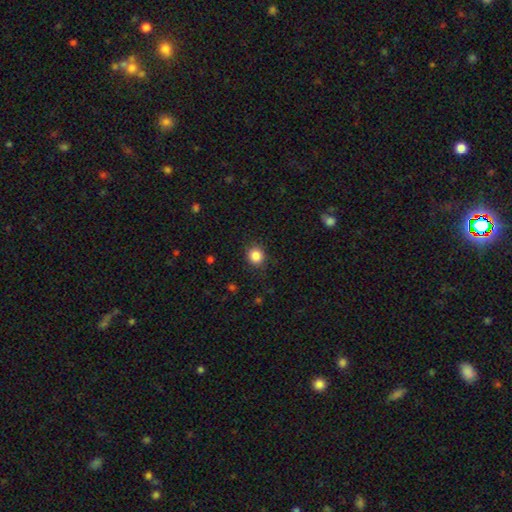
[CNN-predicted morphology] The model was most divided on "smooth or featured": smooth: 85%, star or artifact: 11%, featured or disk: 4%. More confident: merging — none (89%); how rounded — round (88%).